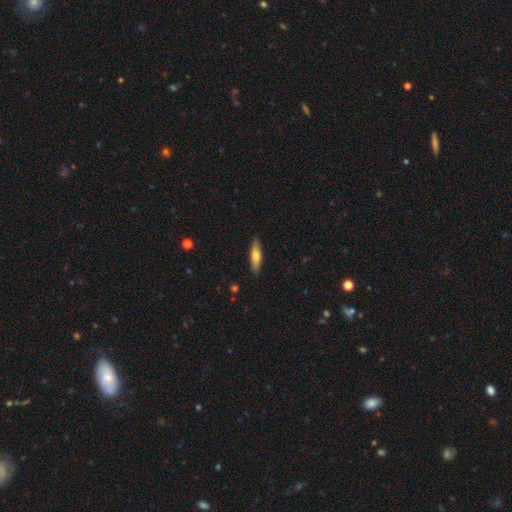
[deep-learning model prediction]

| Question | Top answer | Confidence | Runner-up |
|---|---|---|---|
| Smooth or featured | smooth | 66% | featured or disk (28%) |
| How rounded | cigar-shaped | 72% | in between (26%) |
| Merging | none | 89% | minor disturbance (8%) |